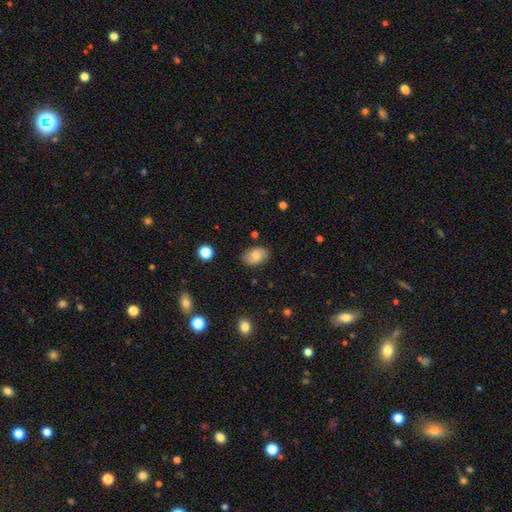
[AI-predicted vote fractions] Smooth or featured?
  - smooth: 76% *
  - featured or disk: 16%
  - star or artifact: 8%
How rounded?
  - in between: 86% *
  - round: 13%
  - cigar-shaped: 1%
Merging?
  - none: 83% *
  - minor disturbance: 13%
  - major disturbance: 3%
  - merger: 1%